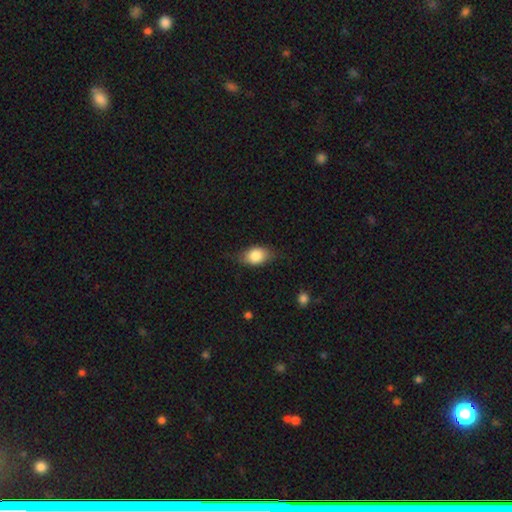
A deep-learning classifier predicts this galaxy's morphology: This appears to be a smooth galaxy with no disk features (82%) that is in between round and cigar-shaped (82%). Merging: none (73%).